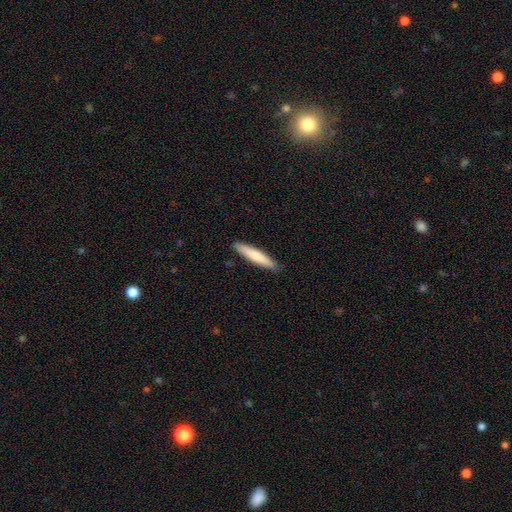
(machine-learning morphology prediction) This appears to be a smooth galaxy with no disk features (75%) that is cigar-shaped (91%). Merging: none (90%).